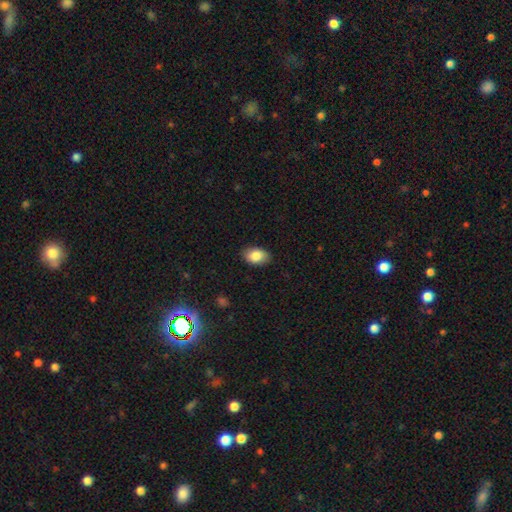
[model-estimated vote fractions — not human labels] Smooth or featured? Predicted: smooth (p=0.86). How rounded? Predicted: in between (p=0.86). Merging? Predicted: none (p=0.85).